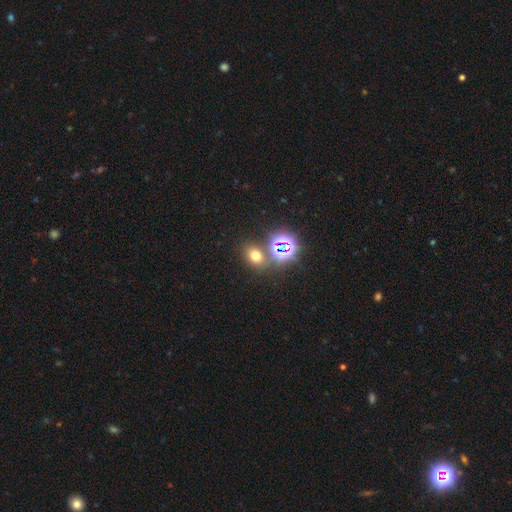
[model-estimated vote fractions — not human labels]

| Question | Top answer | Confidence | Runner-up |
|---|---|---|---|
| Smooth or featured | smooth | 60% | star or artifact (31%) |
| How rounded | in between | 51% | round (47%) |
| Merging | none | 72% | merger (14%) |